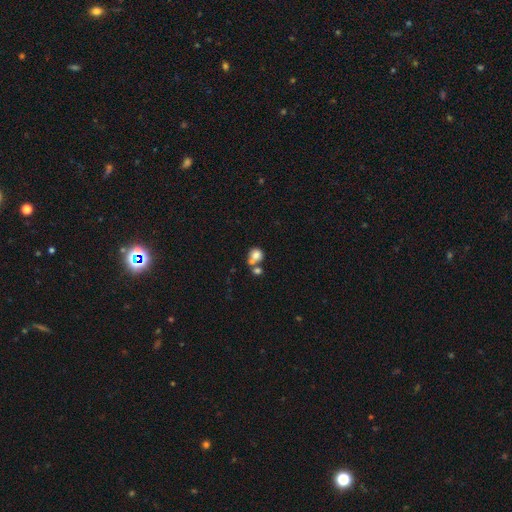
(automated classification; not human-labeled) This appears to be a smooth galaxy with no disk features (78%) that is round (71%). Merging: merger (50%).